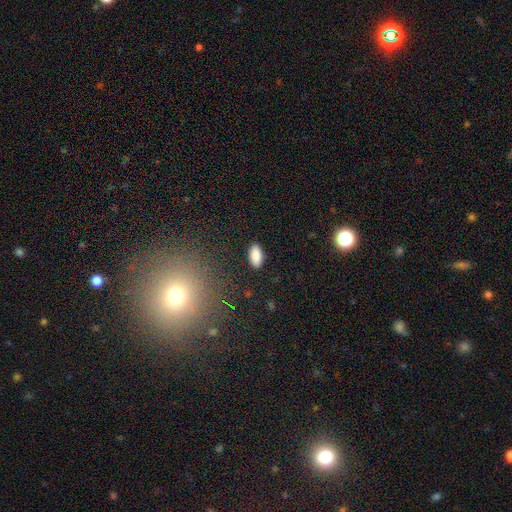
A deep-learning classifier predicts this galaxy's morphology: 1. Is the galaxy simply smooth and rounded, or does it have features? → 88% smooth, 8% star or artifact, 5% featured or disk.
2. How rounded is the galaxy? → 91% in between, 7% cigar-shaped, 2% round.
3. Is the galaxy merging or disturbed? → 88% none, 9% minor disturbance, 2% major disturbance, 1% merger.